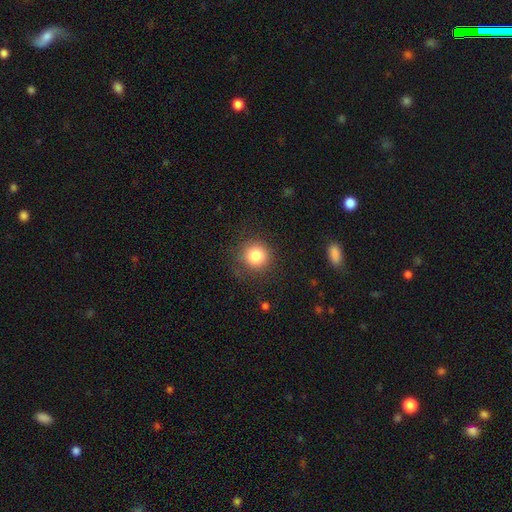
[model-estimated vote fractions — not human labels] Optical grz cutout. It shows a smooth galaxy with no disk features (83%) that is round (92%). Merging: none (84%).